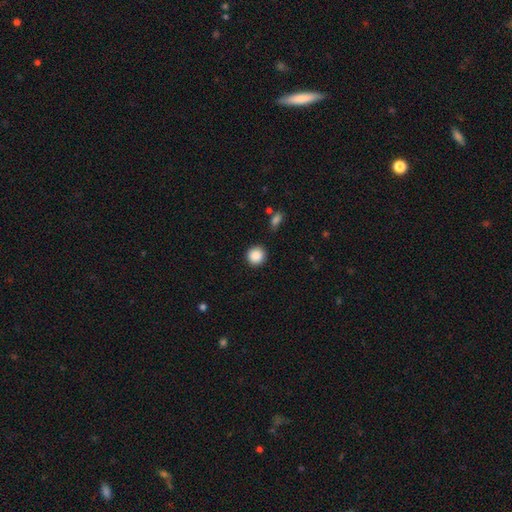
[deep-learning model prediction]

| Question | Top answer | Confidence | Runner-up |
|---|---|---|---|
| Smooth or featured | smooth | 88% | star or artifact (9%) |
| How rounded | round | 92% | in between (7%) |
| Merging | none | 89% | minor disturbance (7%) |